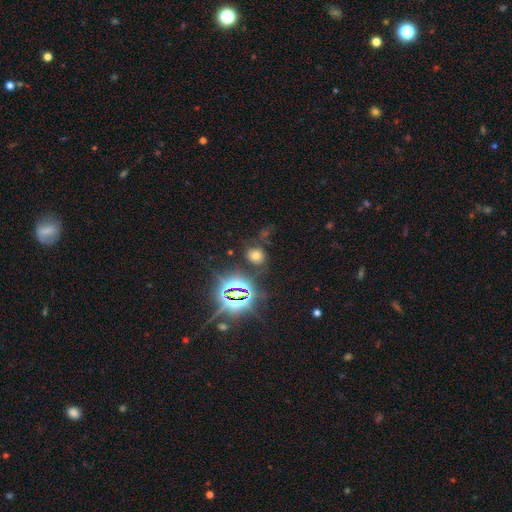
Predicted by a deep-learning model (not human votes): Morphology: type=smooth (51%); roundness=round (66%); merging=none (78%).